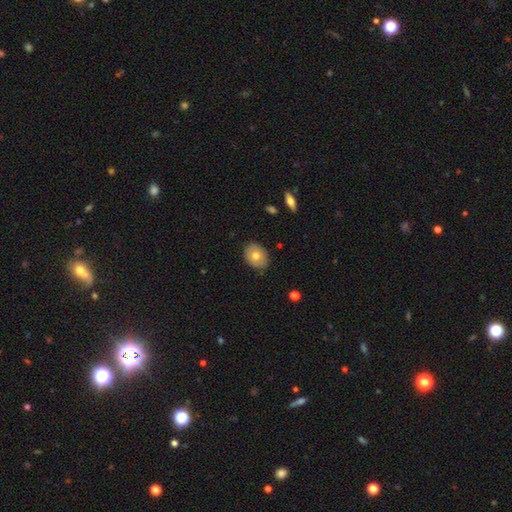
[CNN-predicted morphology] This is likely a smooth galaxy (71%). How rounded: likely in between (67%). Merging: clearly none (85%).